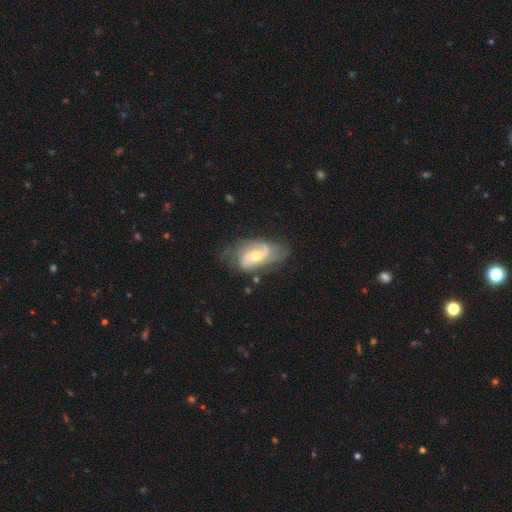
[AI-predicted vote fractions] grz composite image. It shows a featured or disk galaxy (76%) with no bar (52%), 2 (61%) medium (43%) spiral arms (90%) and a moderate central bulge (59%). Merging: none (58%).